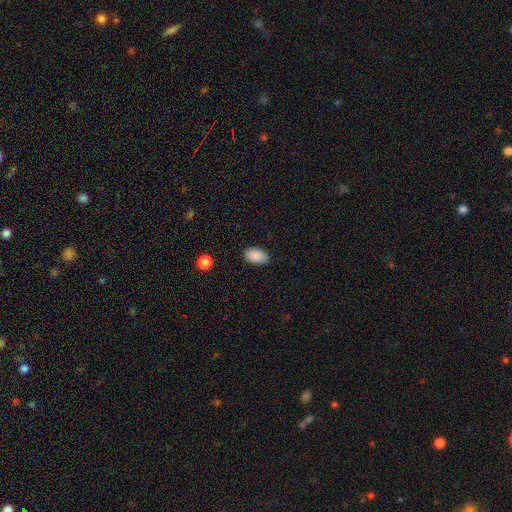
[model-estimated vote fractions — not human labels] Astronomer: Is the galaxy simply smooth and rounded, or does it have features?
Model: smooth — 89%.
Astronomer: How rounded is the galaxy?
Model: in between — 92%.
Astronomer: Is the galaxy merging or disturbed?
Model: none — 80%.